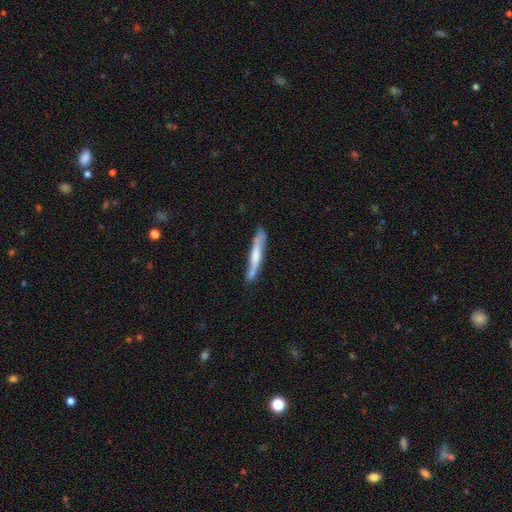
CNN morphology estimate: Smooth or featured?
  - smooth: 52% *
  - featured or disk: 43%
  - star or artifact: 5%
How rounded?
  - cigar-shaped: 94% *
  - in between: 5%
  - round: 1%
Merging?
  - none: 69% *
  - minor disturbance: 22%
  - major disturbance: 4%
  - merger: 4%